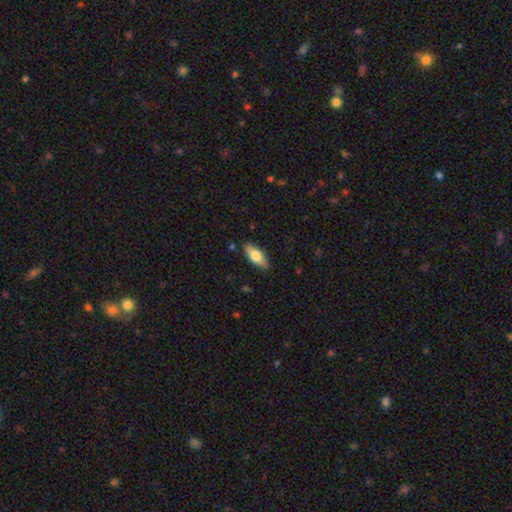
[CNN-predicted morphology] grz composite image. It shows a smooth galaxy with no disk features (66%) that is in between round and cigar-shaped (77%). Merging: none (86%).